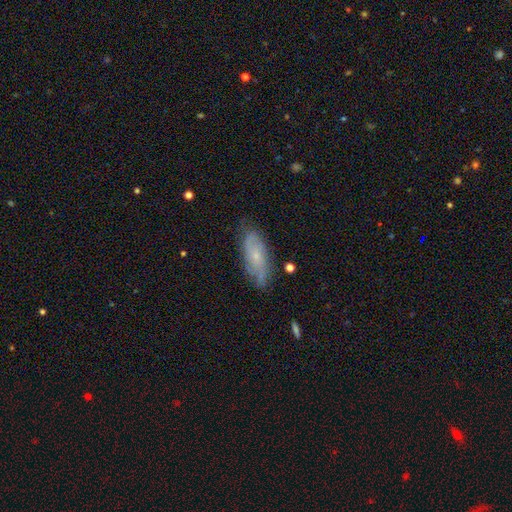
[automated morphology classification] This is likely a featured or disk galaxy (62%). It is clearly not viewed edge-on (88%). Bar: likely no (72%). Spiral arm pattern: clearly yes (87%). Central bulge: likely small (69%). Merging: likely none (74%).